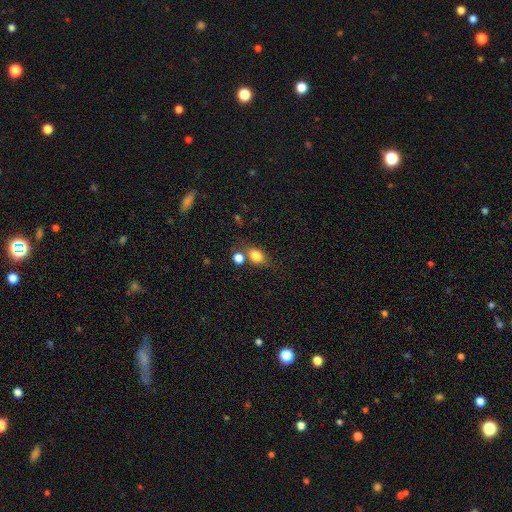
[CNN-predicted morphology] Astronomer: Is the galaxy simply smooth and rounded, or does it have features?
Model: smooth — 81%.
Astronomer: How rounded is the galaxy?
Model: in between — 63%.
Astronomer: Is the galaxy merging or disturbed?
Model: none — 59%.